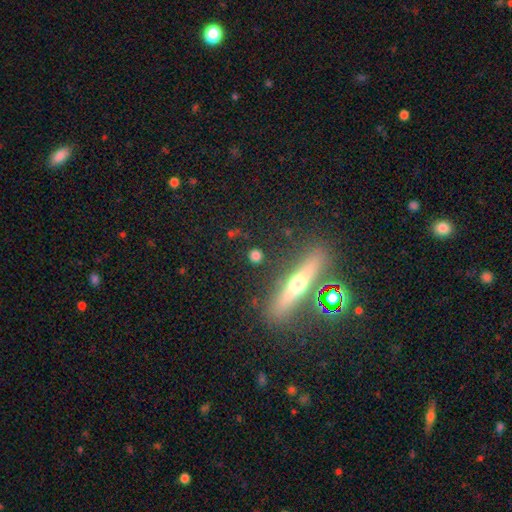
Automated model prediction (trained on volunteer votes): Overall: smooth (68%). How rounded: round (77%). Merging: none (88%).